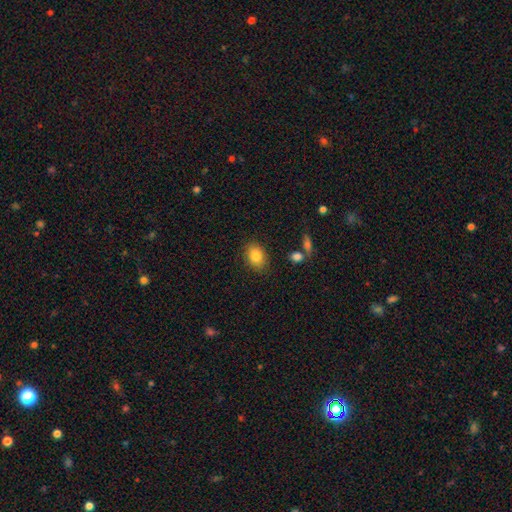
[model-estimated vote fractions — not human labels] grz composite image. It shows a smooth galaxy with no disk features (84%) that is in between round and cigar-shaped (74%). Merging: none (84%).